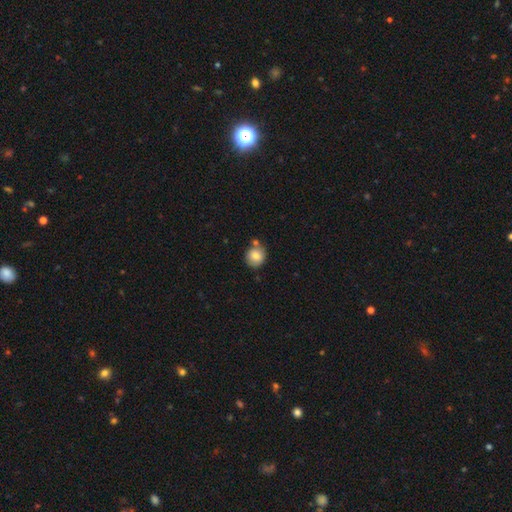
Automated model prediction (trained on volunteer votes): A smooth galaxy with no disk features (80%) that is round (86%).

Vote fractions:
- Smooth or featured? smooth: 80% / featured or disk: 11% / star or artifact: 9%
- How rounded? round: 86% / in between: 13% / cigar-shaped: 1%
- Merging? none: 68% / merger: 16% / minor disturbance: 13% / major disturbance: 3%